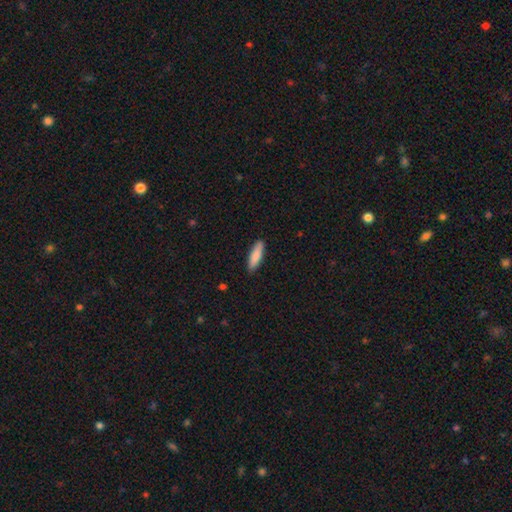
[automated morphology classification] Smooth or featured? Predicted: smooth (p=0.85). How rounded? Predicted: cigar-shaped (p=0.69). Merging? Predicted: none (p=0.89).